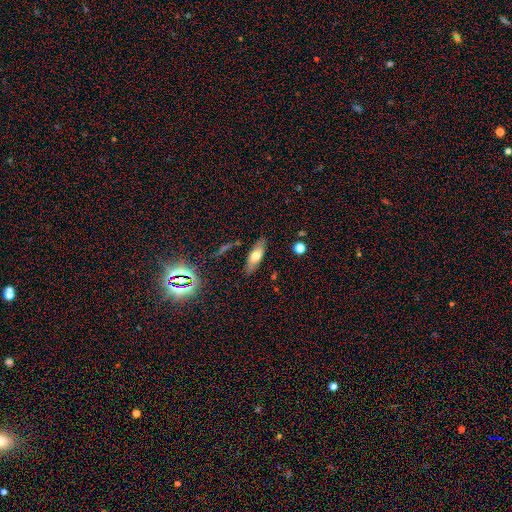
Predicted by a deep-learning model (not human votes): Morphology: type=smooth (62%); roundness=in between (67%); merging=none (80%).